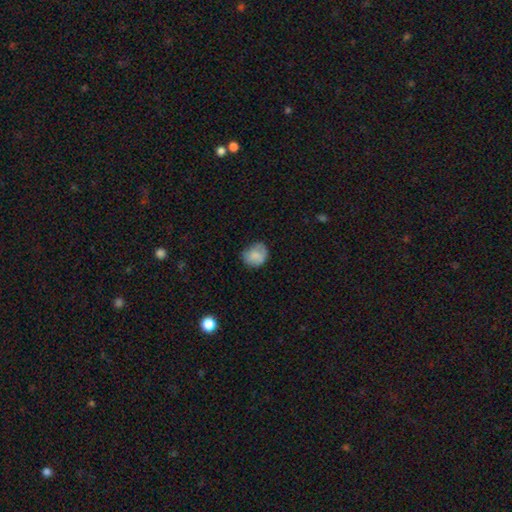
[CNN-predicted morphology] Q: Smooth or featured?
A: smooth (81%); runner-up: featured or disk (12%)
Q: How rounded?
A: round (70%); runner-up: in between (29%)
Q: Merging?
A: none (67%); runner-up: minor disturbance (25%)